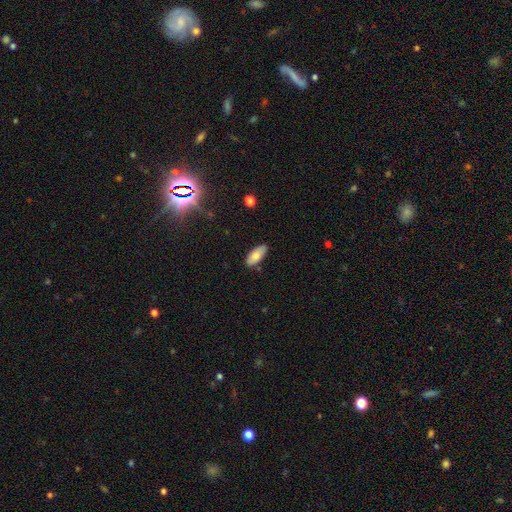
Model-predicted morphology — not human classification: Q: Smooth or featured?
A: smooth (78%); runner-up: featured or disk (15%)
Q: How rounded?
A: in between (87%); runner-up: cigar-shaped (11%)
Q: Merging?
A: none (82%); runner-up: minor disturbance (14%)